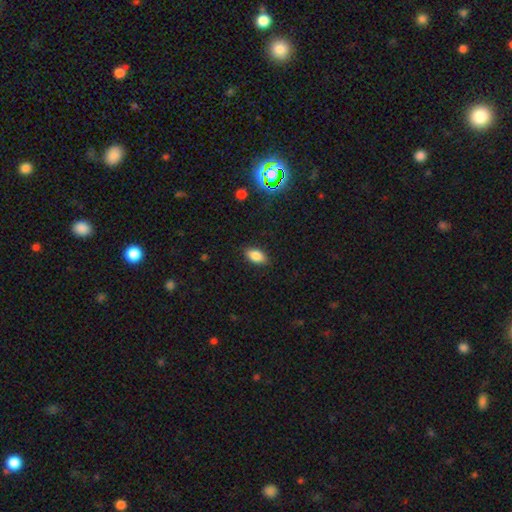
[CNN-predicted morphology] A smooth galaxy with no disk features (84%) that is in between round and cigar-shaped (90%). Merging: none (87%).